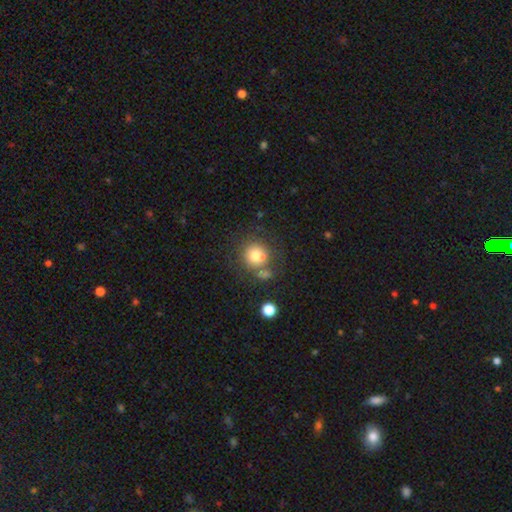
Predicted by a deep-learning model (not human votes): smooth 76%, featured or disk 13%, star or artifact 11%. Down the decision tree: how rounded — round (88%); merging — none (60%).